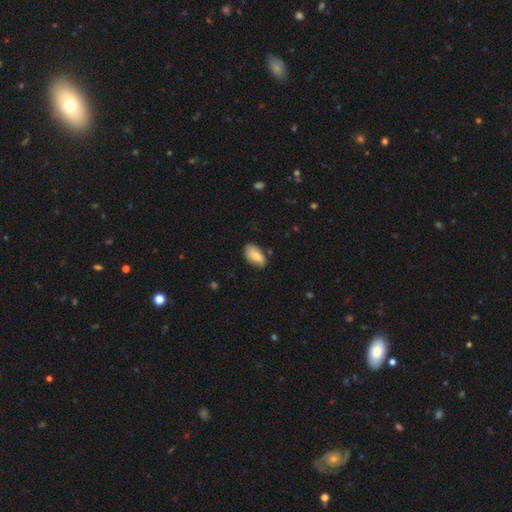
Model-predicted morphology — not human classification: This is likely a smooth galaxy (80%). How rounded: clearly in between (93%). Merging: likely none (69%).